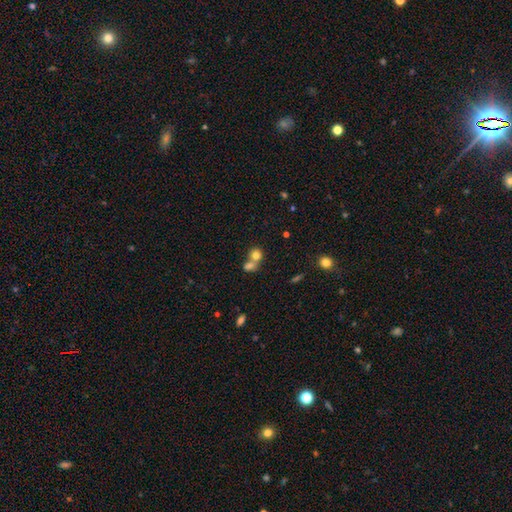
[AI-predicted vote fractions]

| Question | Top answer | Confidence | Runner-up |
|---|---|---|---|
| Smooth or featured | smooth | 76% | star or artifact (13%) |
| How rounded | round | 80% | in between (19%) |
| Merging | merger | 54% | none (37%) |